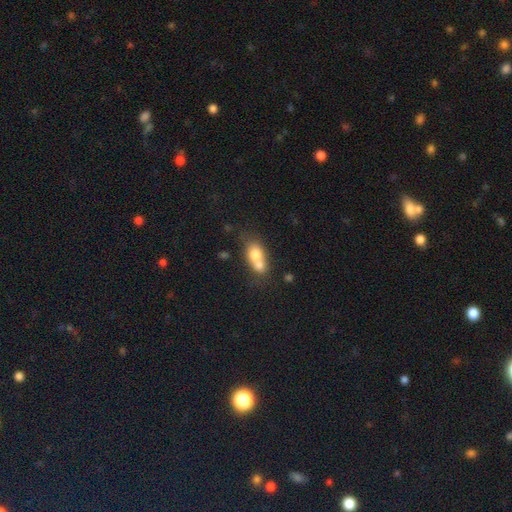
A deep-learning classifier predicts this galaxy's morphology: Q: Smooth or featured?
A: smooth (71%); runner-up: featured or disk (20%)
Q: How rounded?
A: in between (57%); runner-up: round (40%)
Q: Merging?
A: merger (65%); runner-up: none (24%)